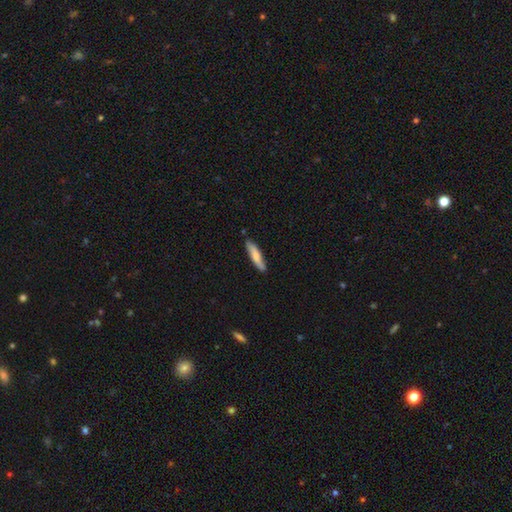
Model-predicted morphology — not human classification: A smooth galaxy with no disk features (70%) that is cigar-shaped (83%). Merging: none (85%).